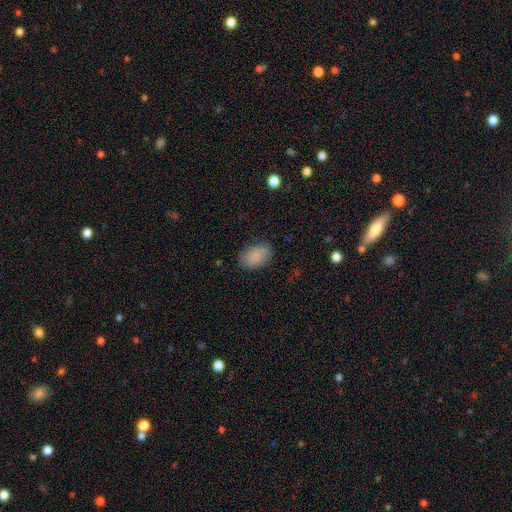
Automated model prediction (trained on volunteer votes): Overall: smooth (87%). How rounded: in between (89%). Merging: none (82%).